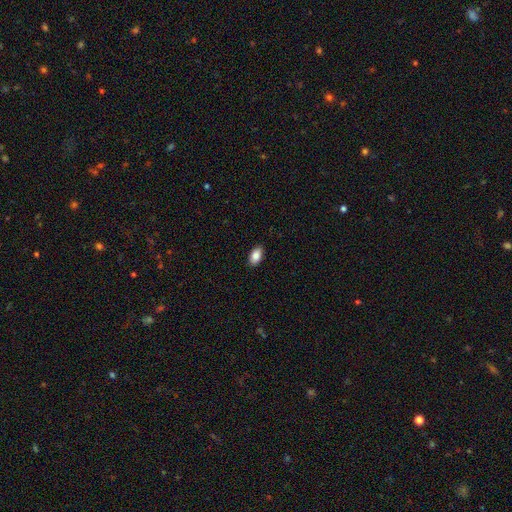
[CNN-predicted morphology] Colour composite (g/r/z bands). It shows a smooth galaxy with no disk features (87%) that is in between round and cigar-shaped (93%). Merging: none (89%).